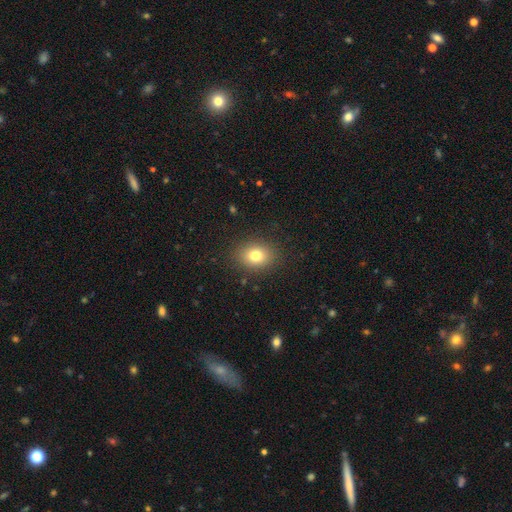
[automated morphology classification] This appears to be a smooth galaxy with no disk features (79%) that is in between round and cigar-shaped (53%). Merging: none (87%).